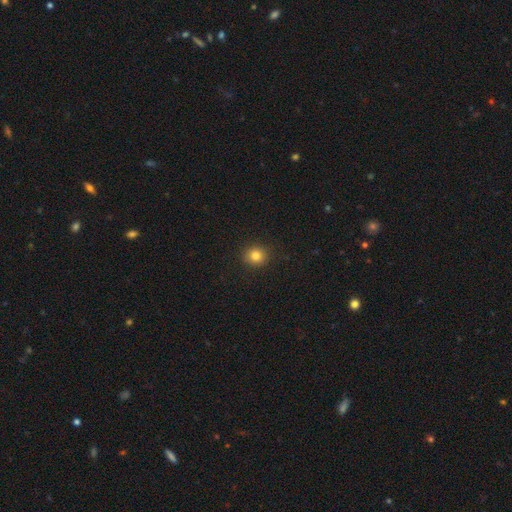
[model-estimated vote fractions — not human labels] A smooth galaxy with no disk features (82%) that is round (86%).

Vote fractions:
- Smooth or featured? smooth: 82% / star or artifact: 12% / featured or disk: 6%
- How rounded? round: 86% / in between: 13% / cigar-shaped: 1%
- Merging? none: 91% / minor disturbance: 6% / major disturbance: 2% / merger: 1%